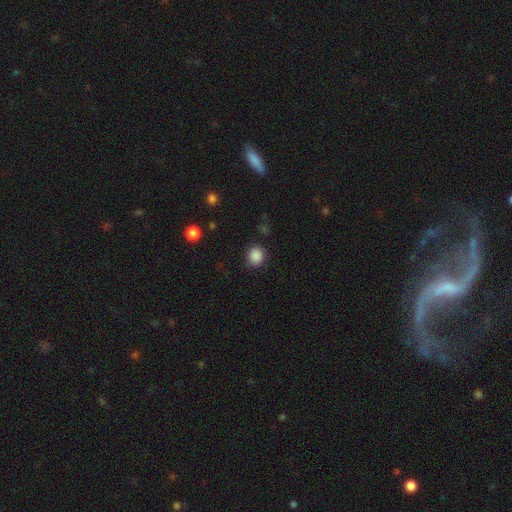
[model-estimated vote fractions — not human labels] Q: Smooth or featured?
A: smooth (87%); runner-up: star or artifact (10%)
Q: How rounded?
A: round (83%); runner-up: in between (17%)
Q: Merging?
A: none (87%); runner-up: minor disturbance (9%)